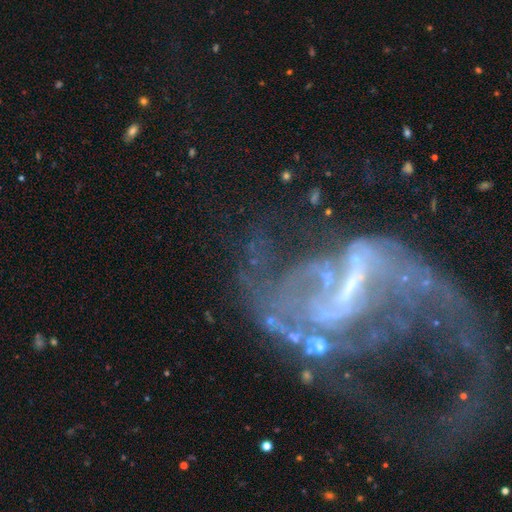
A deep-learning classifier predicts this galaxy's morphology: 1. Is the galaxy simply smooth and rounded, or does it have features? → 82% featured or disk, 11% star or artifact, 7% smooth.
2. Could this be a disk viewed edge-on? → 96% no, 4% yes.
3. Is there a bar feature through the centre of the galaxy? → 50% strong, 34% weak, 17% no.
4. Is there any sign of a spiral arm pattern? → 76% yes, 24% no.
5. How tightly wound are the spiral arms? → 59% loose, 29% medium, 12% tight.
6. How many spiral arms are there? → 62% 2, 15% can't tell, 12% 1, 4% 3, 3% 4, 3% more than 4.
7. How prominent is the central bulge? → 45% small, 31% none, 19% moderate, 3% large, 2% dominant.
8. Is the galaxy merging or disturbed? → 50% major disturbance, 27% none, 12% minor disturbance, 11% merger.